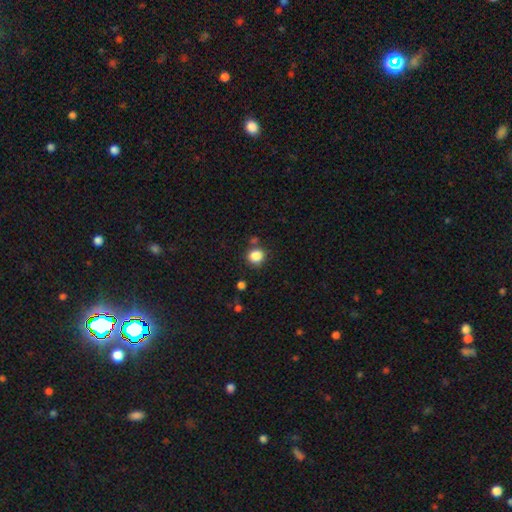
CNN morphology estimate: A smooth galaxy with no disk features (85%) that is round (84%). Merging: none (77%).